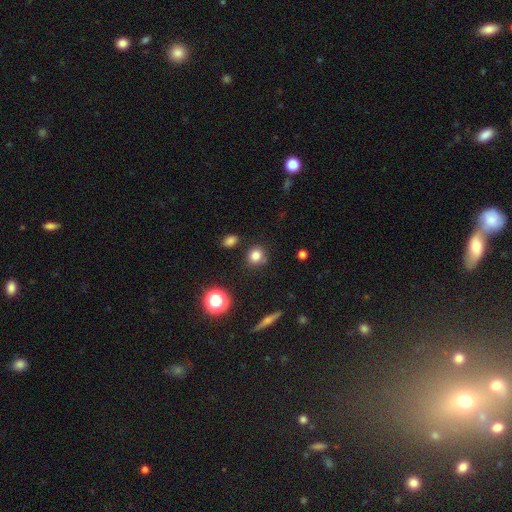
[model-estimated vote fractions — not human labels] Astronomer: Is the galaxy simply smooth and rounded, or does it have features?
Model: smooth — 80%.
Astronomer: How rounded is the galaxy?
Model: round — 84%.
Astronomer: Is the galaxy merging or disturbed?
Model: none — 83%.